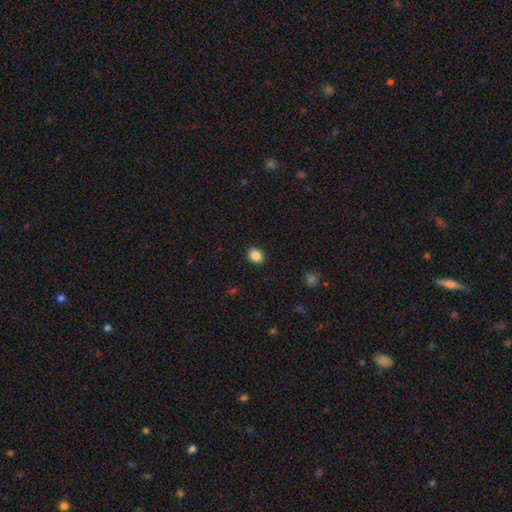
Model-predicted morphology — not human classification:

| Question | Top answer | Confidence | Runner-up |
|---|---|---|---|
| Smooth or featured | smooth | 87% | star or artifact (10%) |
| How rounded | round | 53% | in between (46%) |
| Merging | none | 90% | minor disturbance (7%) |